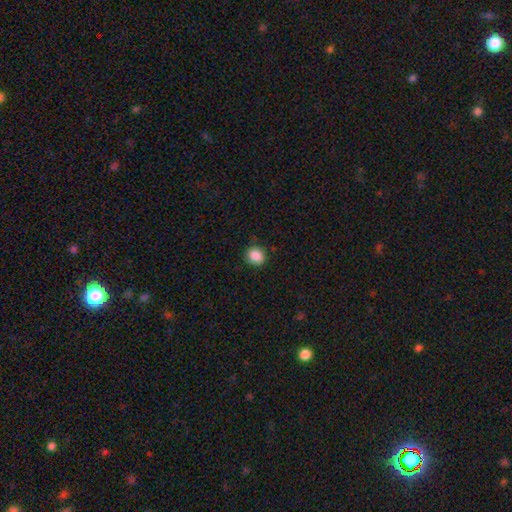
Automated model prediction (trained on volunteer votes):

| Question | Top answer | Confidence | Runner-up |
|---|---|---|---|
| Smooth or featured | smooth | 88% | star or artifact (9%) |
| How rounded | round | 71% | in between (28%) |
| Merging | none | 84% | minor disturbance (12%) |